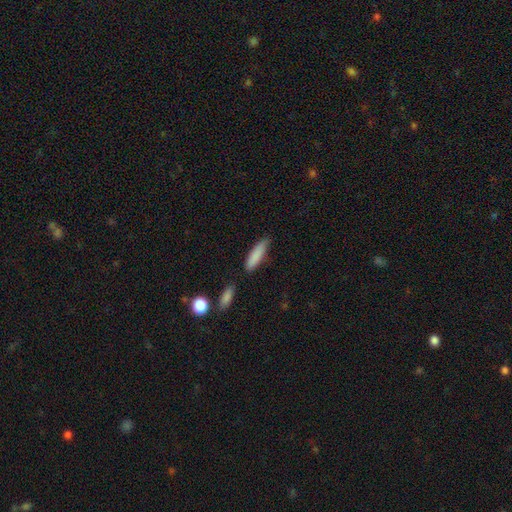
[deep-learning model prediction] Smooth or featured: smooth — 85% (featured or disk — 9%)
How rounded: cigar-shaped — 69% (in between — 30%)
Merging: none — 76% (minor disturbance — 16%)